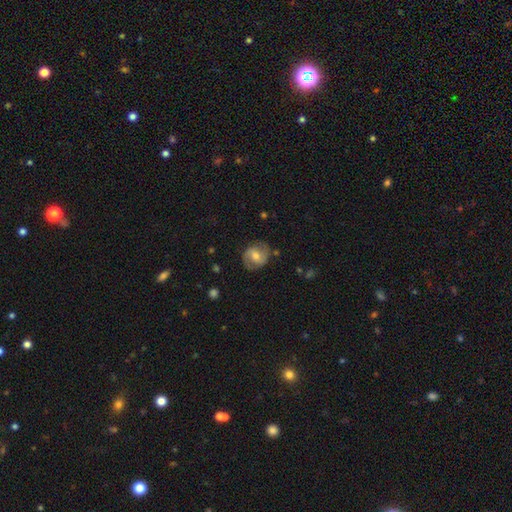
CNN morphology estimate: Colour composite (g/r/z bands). It shows a featured or disk galaxy (63%) with a weak bar (46%), 2 (87%) medium (49%) spiral arms (86%) and a moderate central bulge (64%). Merging: none (79%).